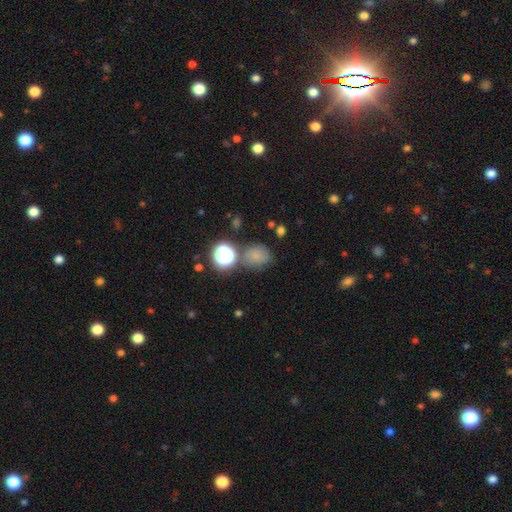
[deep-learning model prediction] This is likely a smooth galaxy (69%). How rounded: likely round (70%). Merging: likely none (65%).